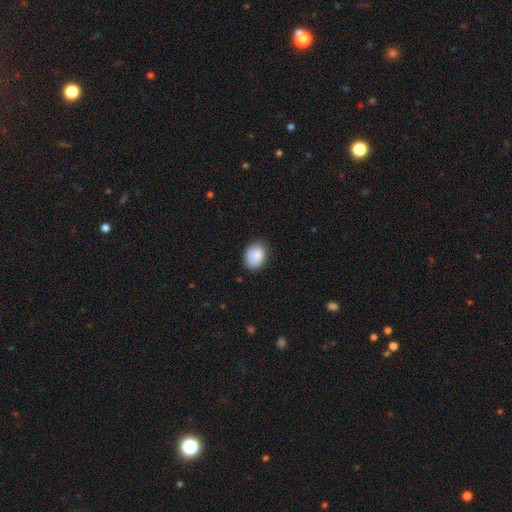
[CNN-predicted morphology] A smooth galaxy with no disk features (84%) that is in between round and cigar-shaped (69%). Merging: none (73%).